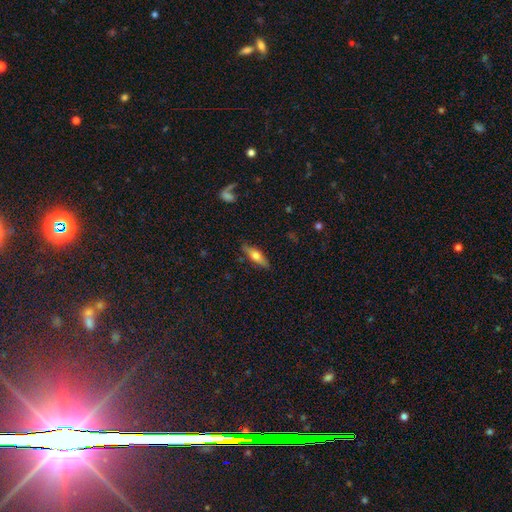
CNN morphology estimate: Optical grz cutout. It shows a smooth galaxy with no disk features (58%) that is cigar-shaped (55%). Merging: none (84%).